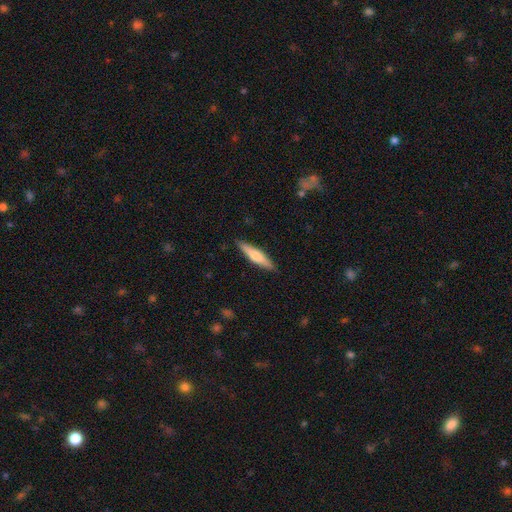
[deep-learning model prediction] The model was most divided on "smooth or featured": smooth: 59%, featured or disk: 36%, star or artifact: 5%. More confident: merging — none (89%); how rounded — cigar-shaped (83%).